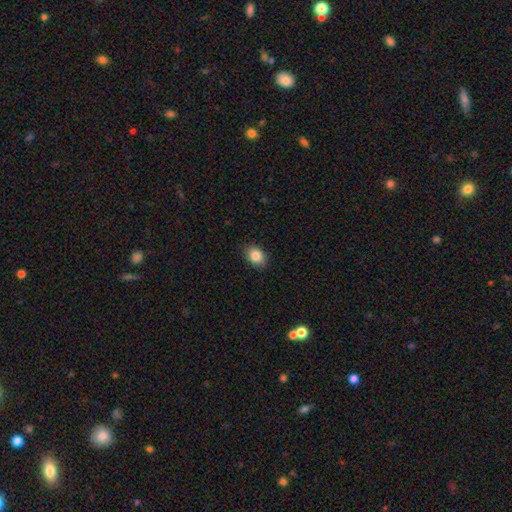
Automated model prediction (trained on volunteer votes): Overall: smooth (86%). How rounded: in between (70%). Merging: none (88%).